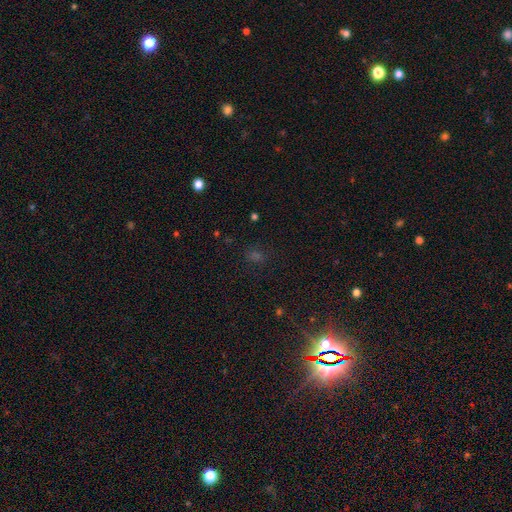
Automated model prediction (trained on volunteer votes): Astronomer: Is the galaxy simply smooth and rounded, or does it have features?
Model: star or artifact — 55% (runner-up: smooth, 35%).